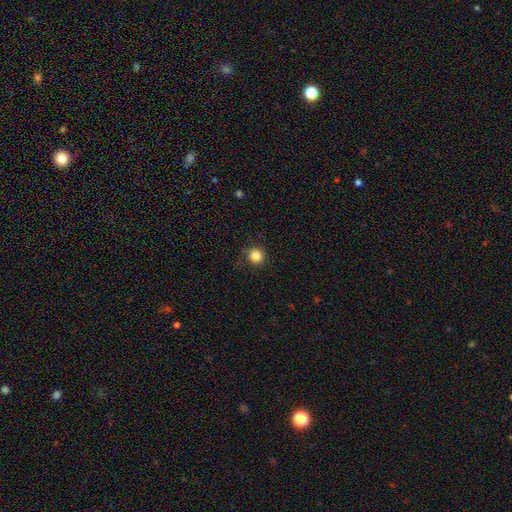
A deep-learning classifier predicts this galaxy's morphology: Q: Smooth or featured?
A: smooth (84%); runner-up: star or artifact (12%)
Q: How rounded?
A: round (94%); runner-up: in between (5%)
Q: Merging?
A: none (85%); runner-up: minor disturbance (10%)